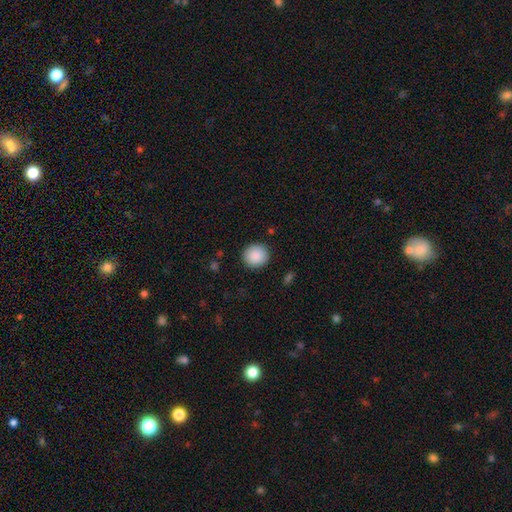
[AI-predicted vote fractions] smooth_or_featured: smooth (p=0.89) [alt: star or artifact p=0.07]
how_rounded: round (p=0.90) [alt: in between p=0.09]
merging: none (p=0.90) [alt: minor disturbance p=0.07]